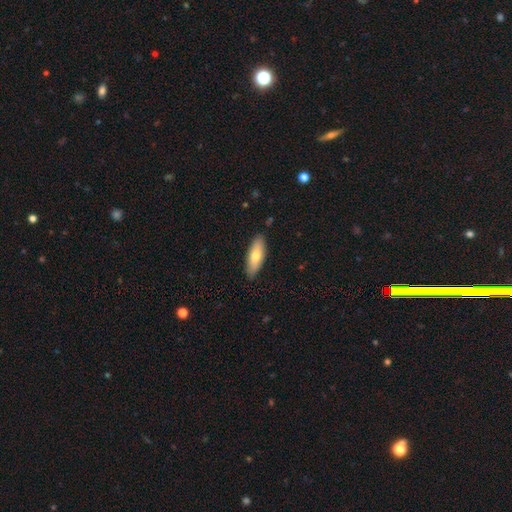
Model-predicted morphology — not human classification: Smooth or featured? Predicted: smooth (p=0.69). How rounded? Predicted: in between (p=0.66). Merging? Predicted: none (p=0.87).